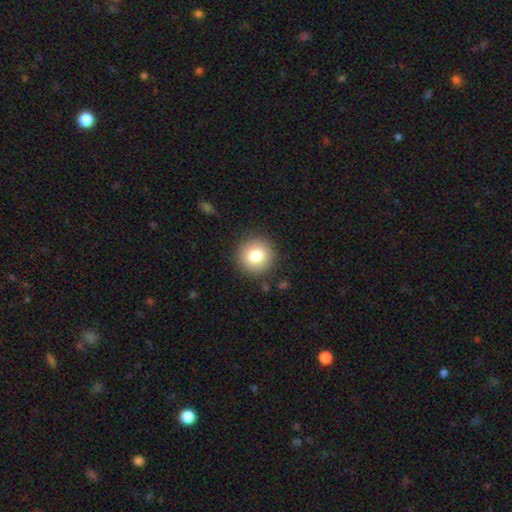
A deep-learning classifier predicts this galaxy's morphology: A smooth galaxy with no disk features (81%) that is round (93%).

Vote fractions:
- Smooth or featured? smooth: 81% / featured or disk: 10% / star or artifact: 9%
- How rounded? round: 93% / in between: 6% / cigar-shaped: 1%
- Merging? none: 90% / minor disturbance: 7% / major disturbance: 2% / merger: 1%